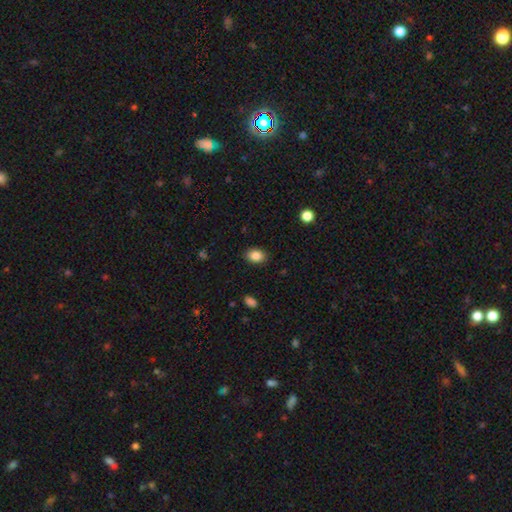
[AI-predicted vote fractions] Smooth or featured?
  - smooth: 85% *
  - star or artifact: 9%
  - featured or disk: 6%
How rounded?
  - in between: 75% *
  - round: 24%
  - cigar-shaped: 1%
Merging?
  - none: 88% *
  - minor disturbance: 9%
  - major disturbance: 2%
  - merger: 1%